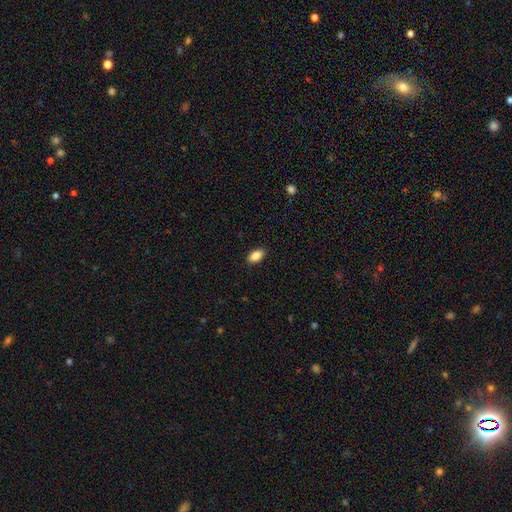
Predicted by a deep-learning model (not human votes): Overall: smooth (87%). How rounded: in between (92%). Merging: none (89%).